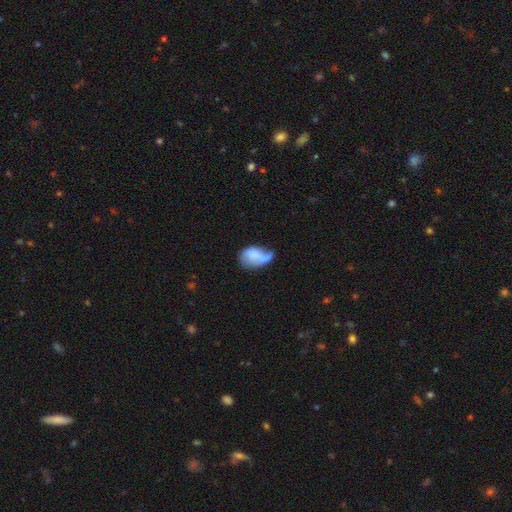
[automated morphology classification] Smooth or featured: smooth — 64% (featured or disk — 28%)
How rounded: in between — 87% (round — 11%)
Merging: minor disturbance — 33% (major disturbance — 32%)